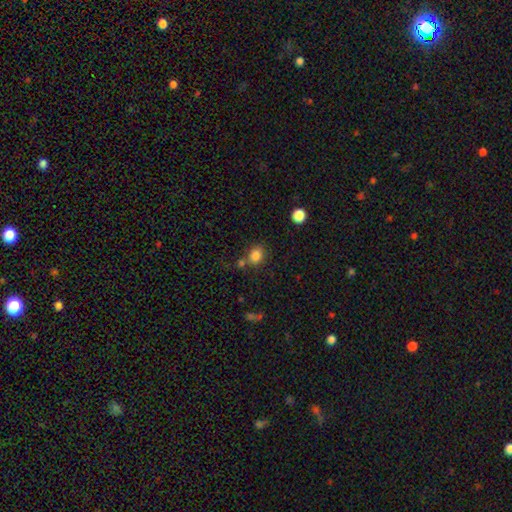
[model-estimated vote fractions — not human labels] This appears to be a smooth galaxy with no disk features (83%) that is round (52%). Merging: none (62%).